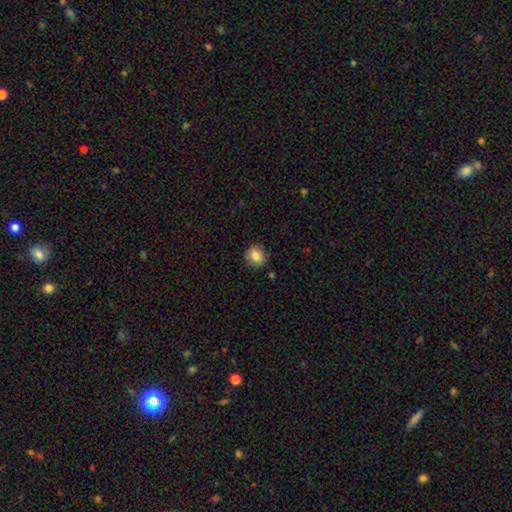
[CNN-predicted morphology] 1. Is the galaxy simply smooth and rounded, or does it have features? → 82% smooth, 9% star or artifact, 9% featured or disk.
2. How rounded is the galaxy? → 80% round, 19% in between, 1% cigar-shaped.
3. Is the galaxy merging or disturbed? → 87% none, 9% minor disturbance, 2% major disturbance, 1% merger.